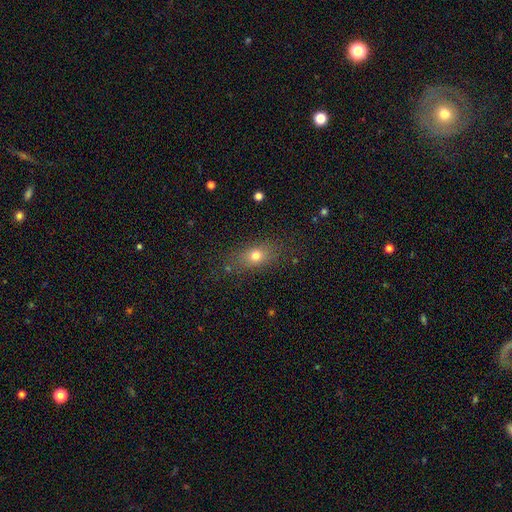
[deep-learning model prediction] Smooth or featured?
  - smooth: 72% *
  - featured or disk: 15%
  - star or artifact: 13%
How rounded?
  - in between: 66% *
  - round: 23%
  - cigar-shaped: 10%
Merging?
  - none: 78% *
  - minor disturbance: 14%
  - major disturbance: 6%
  - merger: 2%